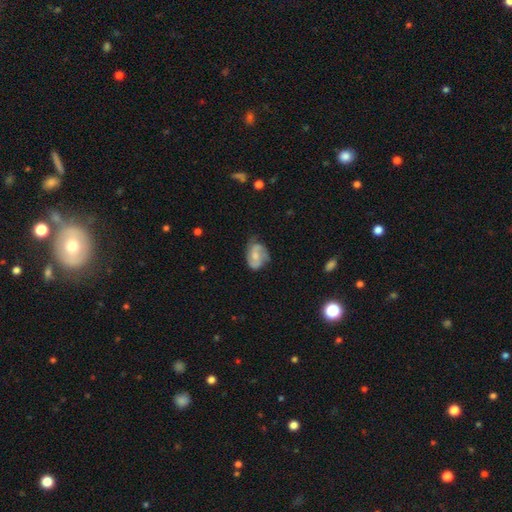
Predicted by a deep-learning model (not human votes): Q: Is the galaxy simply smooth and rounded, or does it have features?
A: featured or disk — 59%.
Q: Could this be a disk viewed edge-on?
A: no — 97%.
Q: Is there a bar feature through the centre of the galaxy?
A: no — 56%.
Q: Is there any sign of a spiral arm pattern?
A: yes — 85%.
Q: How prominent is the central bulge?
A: moderate — 47%.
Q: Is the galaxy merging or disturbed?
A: none — 51%.